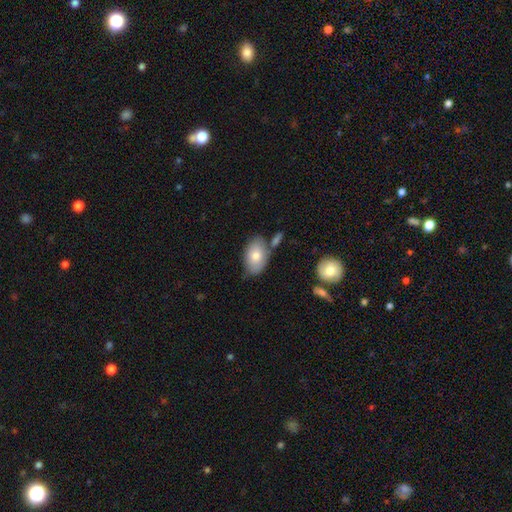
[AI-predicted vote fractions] Morphology: type=smooth (77%); roundness=in between (91%); merging=none (68%).